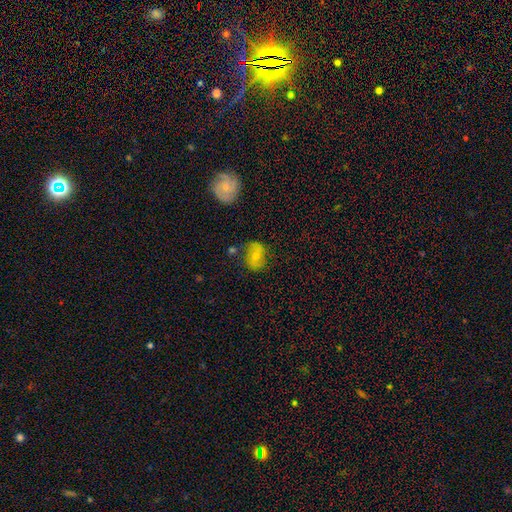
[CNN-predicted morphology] The model was most divided on "smooth or featured": featured or disk: 46%, smooth: 45%, star or artifact: 10%. More confident: merging — none (66%).